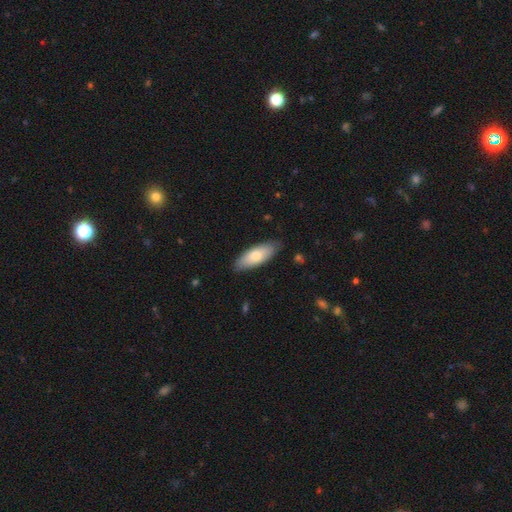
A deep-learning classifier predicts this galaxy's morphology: Smooth or featured: smooth — 75% (featured or disk — 20%)
How rounded: in between — 71% (cigar-shaped — 28%)
Merging: none — 84% (minor disturbance — 12%)